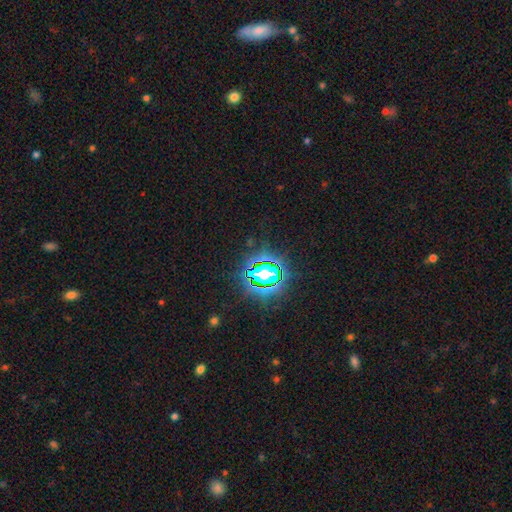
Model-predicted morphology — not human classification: star or artifact 82%, smooth 11%, featured or disk 7%.